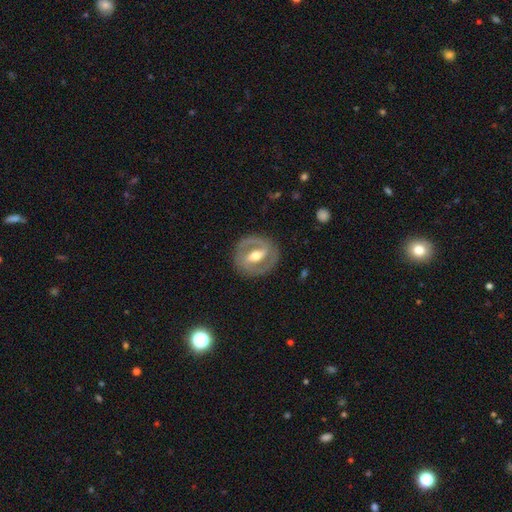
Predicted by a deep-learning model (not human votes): Smooth or featured?
  - featured or disk: 79% *
  - smooth: 16%
  - star or artifact: 4%
Edge-on disk?
  - no: 94% *
  - yes: 6%
Bar?
  - strong: 56% *
  - weak: 30%
  - no: 13%
Spiral arms?
  - yes: 67% *
  - no: 33%
Bulge size?
  - moderate: 74% *
  - small: 16%
  - large: 8%
  - dominant: 1%
  - none: 1%
Merging?
  - none: 86% *
  - minor disturbance: 9%
  - major disturbance: 4%
  - merger: 1%